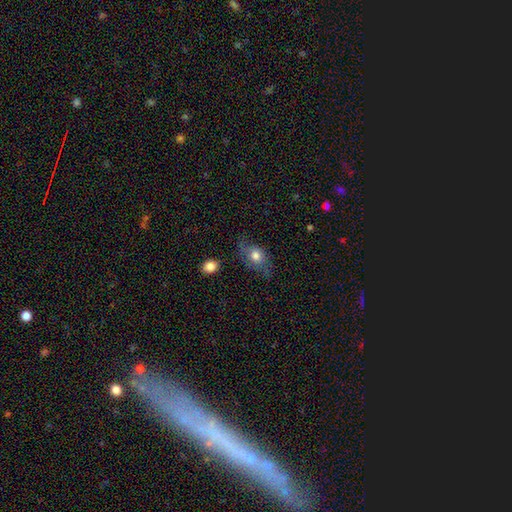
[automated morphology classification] Smooth or featured? smooth (68%)
How rounded? in between (69%)
Merging? none (58%)